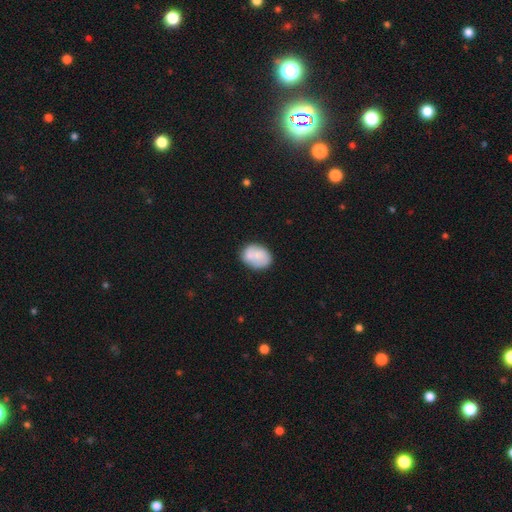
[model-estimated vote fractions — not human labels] smooth_or_featured: smooth (p=0.76) [alt: featured or disk p=0.17]
how_rounded: in between (p=0.62) [alt: round p=0.37]
merging: none (p=0.60) [alt: minor disturbance p=0.21]